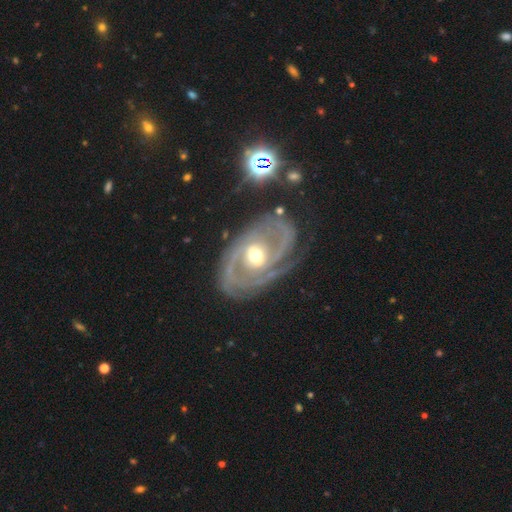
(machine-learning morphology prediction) Smooth or featured? Predicted: featured or disk (p=0.91). Edge-on disk? Predicted: no (p=0.96). Bar? Predicted: no (p=0.46). Spiral arms? Predicted: yes (p=0.96). Spiral winding? Predicted: tight (p=0.53). Spiral arm count? Predicted: 2 (p=0.65). Bulge size? Predicted: moderate (p=0.69). Merging? Predicted: none (p=0.70).